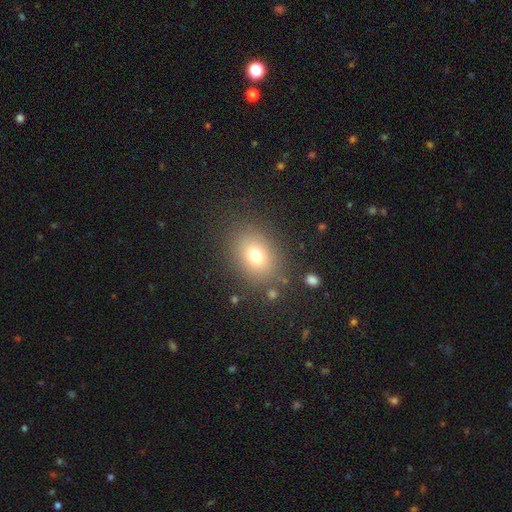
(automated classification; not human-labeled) A smooth galaxy with no disk features (73%) that is in between round and cigar-shaped (57%). Merging: none (82%).